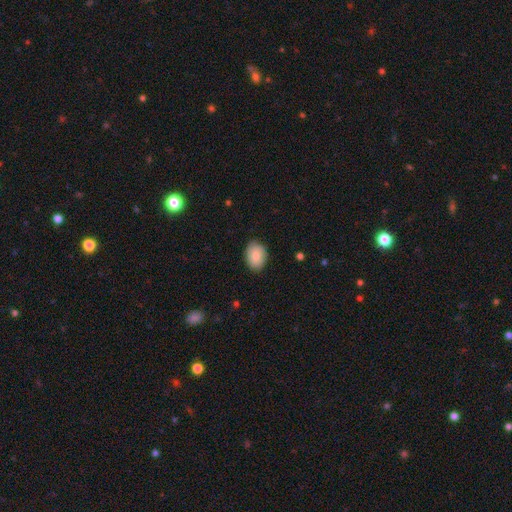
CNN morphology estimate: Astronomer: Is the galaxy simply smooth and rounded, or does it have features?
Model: smooth — 85%.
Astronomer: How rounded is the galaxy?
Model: in between — 77%.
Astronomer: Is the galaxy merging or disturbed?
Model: none — 85%.